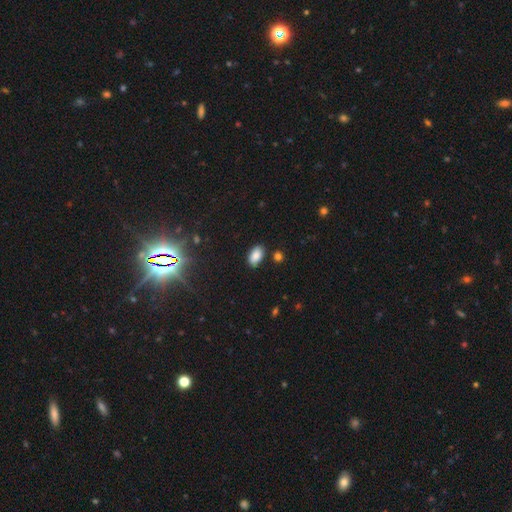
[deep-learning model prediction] smooth 84%, star or artifact 10%, featured or disk 6%. Down the decision tree: how rounded — in between (93%); merging — none (85%).